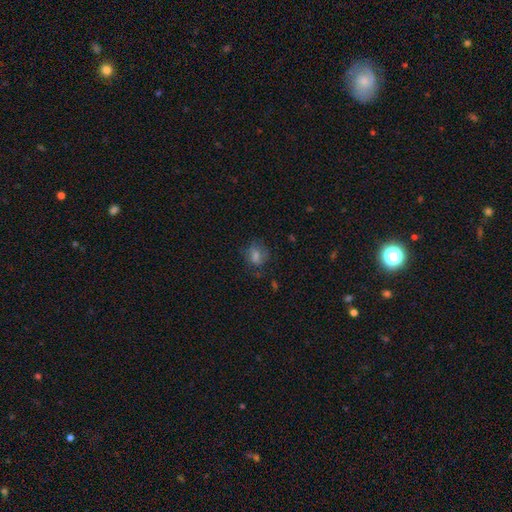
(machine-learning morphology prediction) Smooth or featured? Predicted: smooth (p=0.53). How rounded? Predicted: round (p=0.54). Merging? Predicted: none (p=0.67).